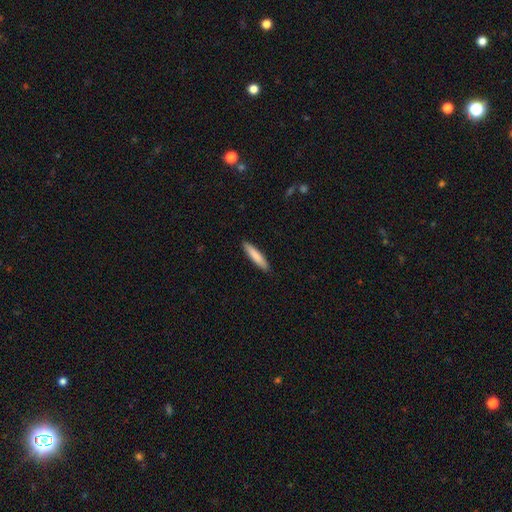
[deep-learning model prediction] Smooth or featured?
  - smooth: 82% *
  - featured or disk: 13%
  - star or artifact: 5%
How rounded?
  - cigar-shaped: 88% *
  - in between: 11%
  - round: 1%
Merging?
  - none: 91% *
  - minor disturbance: 7%
  - major disturbance: 1%
  - merger: 1%